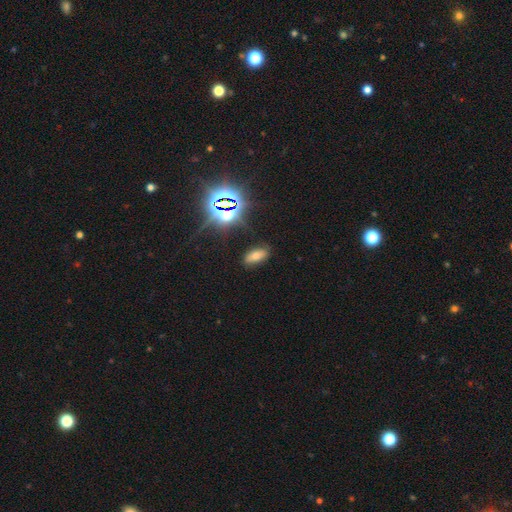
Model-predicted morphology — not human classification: Smooth or featured? smooth (49%)
Merging? none (86%)